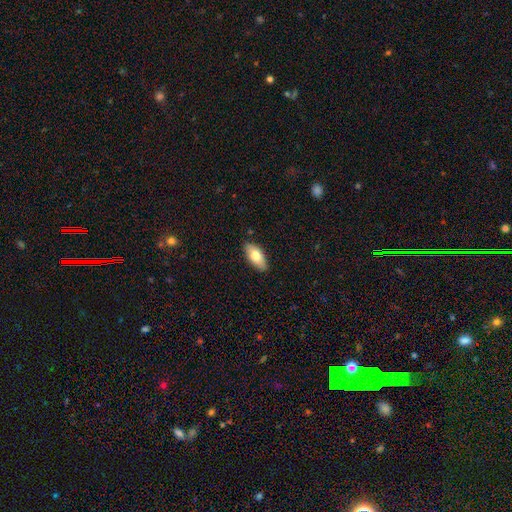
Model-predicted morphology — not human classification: This appears to be a smooth galaxy with no disk features (76%) that is in between round and cigar-shaped (89%). Merging: none (87%).